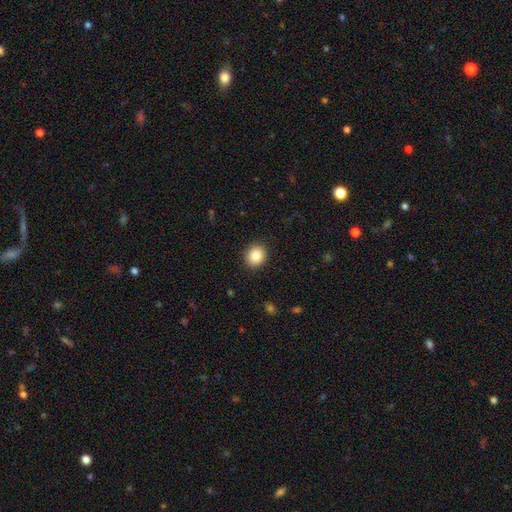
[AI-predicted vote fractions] smooth 87%, star or artifact 9%, featured or disk 5%. Down the decision tree: how rounded — round (67%); merging — none (90%).